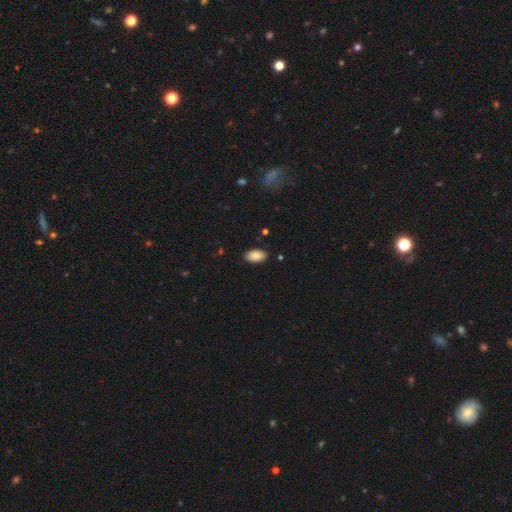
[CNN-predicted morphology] Smooth or featured? smooth (89%)
How rounded? in between (94%)
Merging? none (87%)